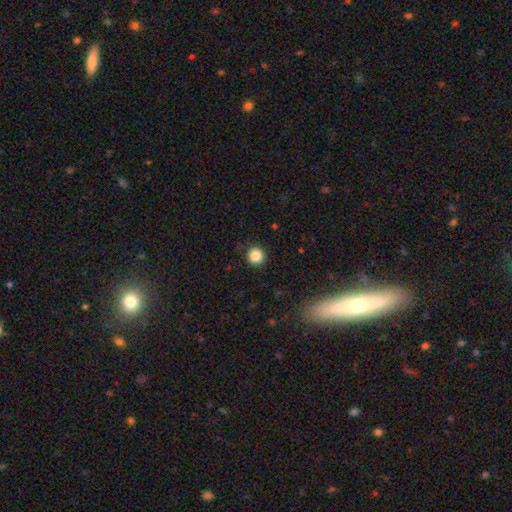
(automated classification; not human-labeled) Overall: smooth (86%). How rounded: round (95%). Merging: none (91%).